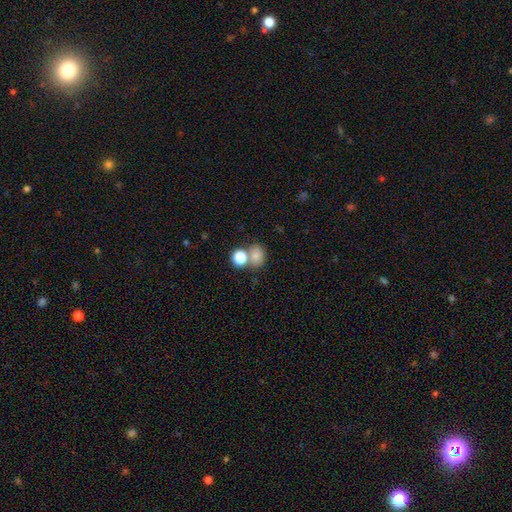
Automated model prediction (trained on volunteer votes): Q: Smooth or featured?
A: smooth (78%); runner-up: star or artifact (13%)
Q: How rounded?
A: round (56%); runner-up: in between (43%)
Q: Merging?
A: none (52%); runner-up: merger (34%)